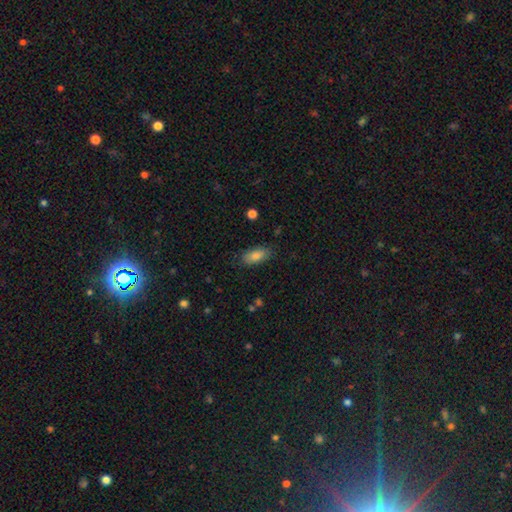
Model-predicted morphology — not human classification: smooth 82%, featured or disk 10%, star or artifact 8%. Down the decision tree: how rounded — in between (87%); merging — none (83%).